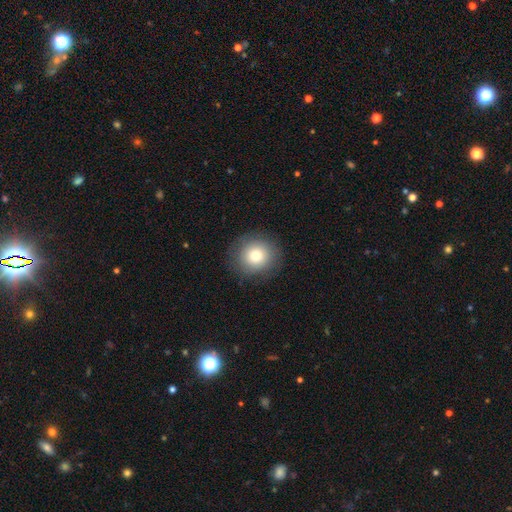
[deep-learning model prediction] A smooth galaxy with no disk features (79%) that is round (87%). Merging: none (87%).